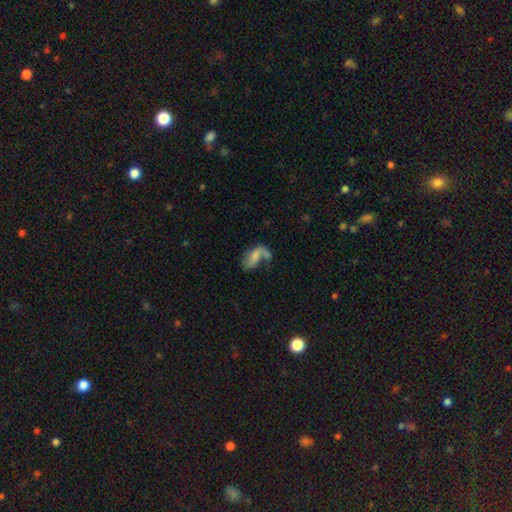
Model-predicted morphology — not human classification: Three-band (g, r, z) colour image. It shows a featured or disk galaxy (48%). Merging: major disturbance (33%).